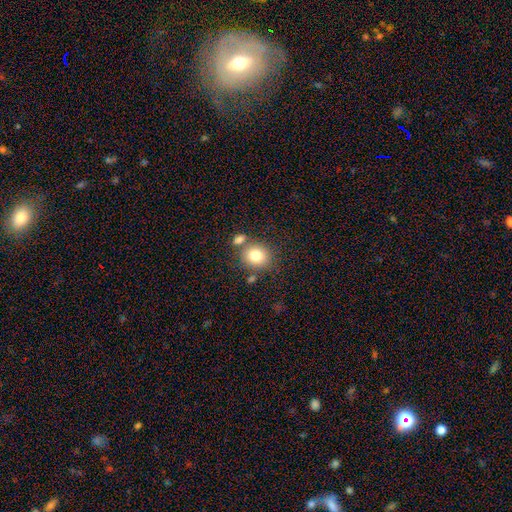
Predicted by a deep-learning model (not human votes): smooth_or_featured: smooth (p=0.80) [alt: star or artifact p=0.10]
how_rounded: round (p=0.71) [alt: in between p=0.28]
merging: none (p=0.66) [alt: merger p=0.19]